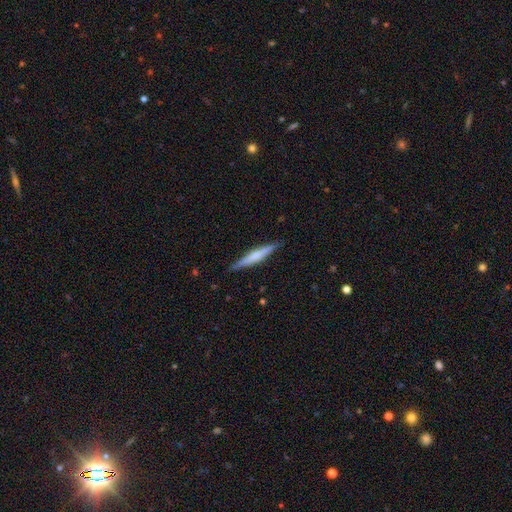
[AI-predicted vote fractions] The model was most divided on "smooth or featured": featured or disk: 51%, smooth: 44%, star or artifact: 6%. More confident: edge-on disk — yes (97%); merging — none (89%).